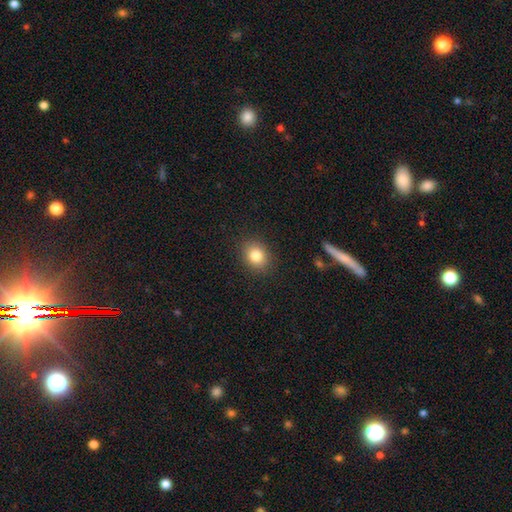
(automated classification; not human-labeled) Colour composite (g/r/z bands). It shows a smooth galaxy with no disk features (83%) that is round (56%). Merging: none (88%).